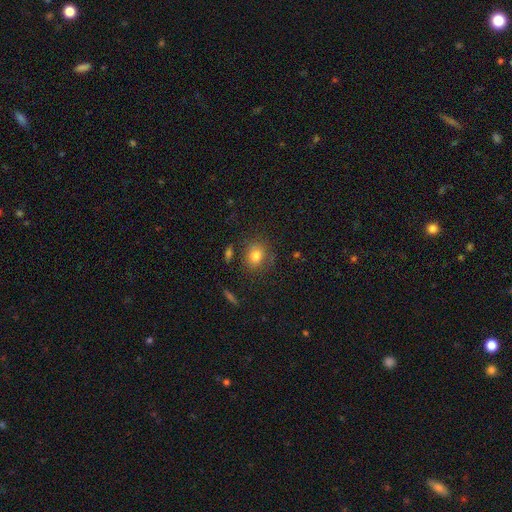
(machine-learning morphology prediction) Smooth or featured? Predicted: smooth (p=0.79). How rounded? Predicted: round (p=0.65). Merging? Predicted: none (p=0.76).